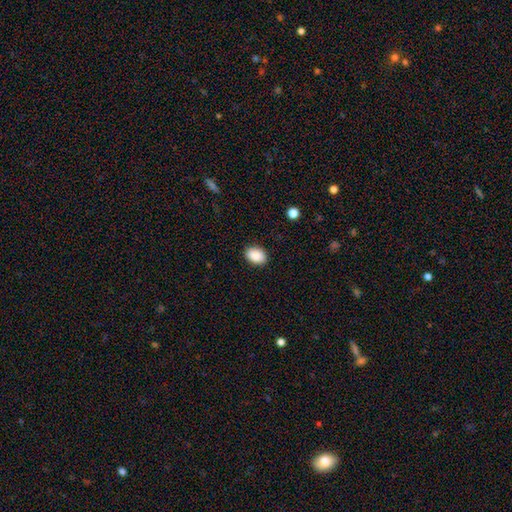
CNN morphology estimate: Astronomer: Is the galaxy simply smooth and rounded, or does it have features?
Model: smooth — 88%.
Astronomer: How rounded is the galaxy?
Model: in between — 76%.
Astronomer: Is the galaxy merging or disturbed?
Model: none — 89%.